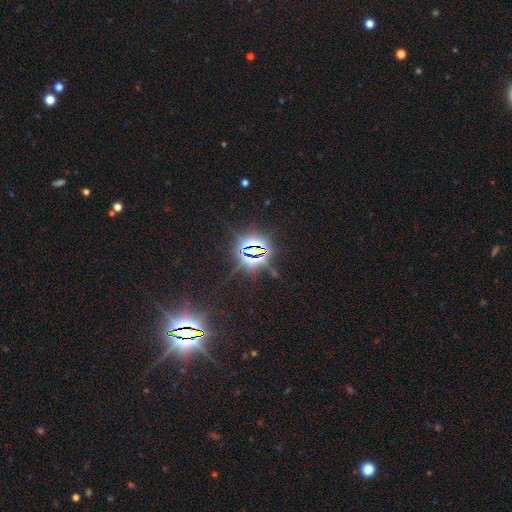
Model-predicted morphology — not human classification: Smooth or featured?
  - star or artifact: 83% *
  - smooth: 9%
  - featured or disk: 7%